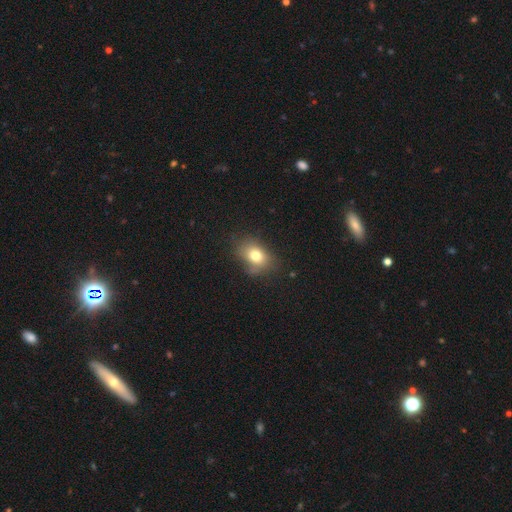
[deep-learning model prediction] Smooth or featured: smooth — 75% (featured or disk — 13%)
How rounded: in between — 65% (round — 33%)
Merging: none — 67% (minor disturbance — 22%)